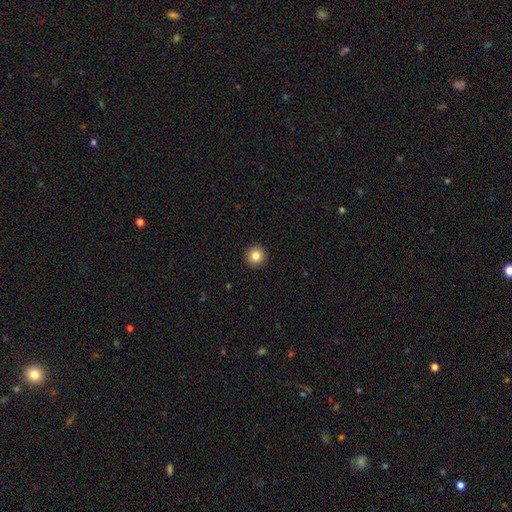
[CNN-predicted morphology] A smooth galaxy with no disk features (84%) that is round (96%).

Vote fractions:
- Smooth or featured? smooth: 84% / star or artifact: 10% / featured or disk: 6%
- How rounded? round: 96% / in between: 3% / cigar-shaped: 1%
- Merging? none: 93% / minor disturbance: 4% / major disturbance: 1% / merger: 1%